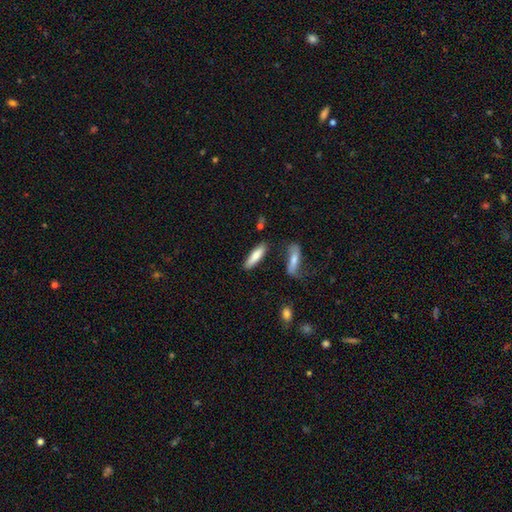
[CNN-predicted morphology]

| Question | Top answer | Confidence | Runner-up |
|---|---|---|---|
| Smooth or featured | smooth | 76% | featured or disk (18%) |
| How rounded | cigar-shaped | 69% | in between (30%) |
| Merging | none | 80% | minor disturbance (12%) |